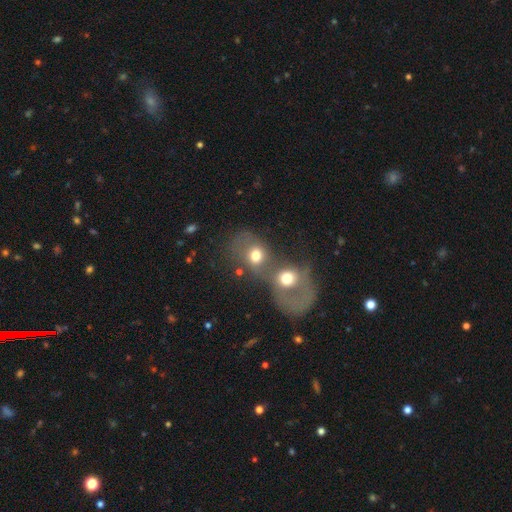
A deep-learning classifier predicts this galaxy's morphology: Smooth or featured? smooth (64%)
How rounded? round (58%)
Merging? merger (73%)